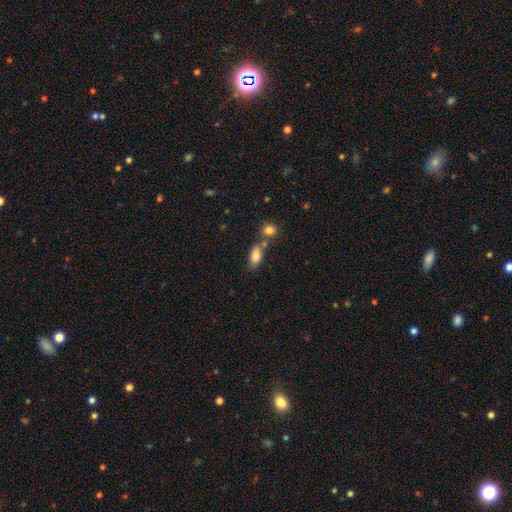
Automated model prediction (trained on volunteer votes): This is clearly a smooth galaxy (83%). How rounded: clearly in between (85%). Merging: possibly none (54%).